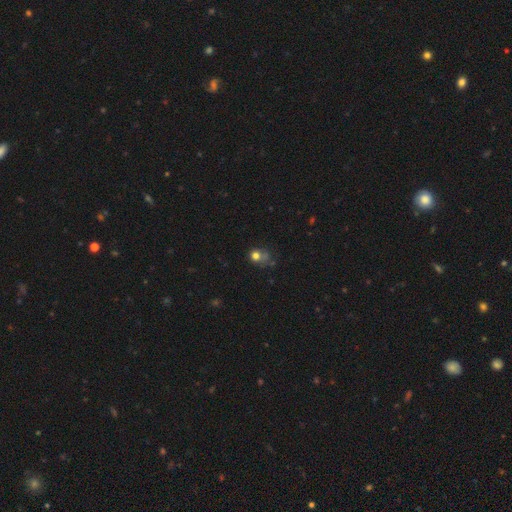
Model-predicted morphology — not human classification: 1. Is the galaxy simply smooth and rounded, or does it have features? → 71% smooth, 16% star or artifact, 13% featured or disk.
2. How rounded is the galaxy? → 68% round, 31% in between, 1% cigar-shaped.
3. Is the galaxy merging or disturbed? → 44% none, 26% minor disturbance, 20% major disturbance, 9% merger.